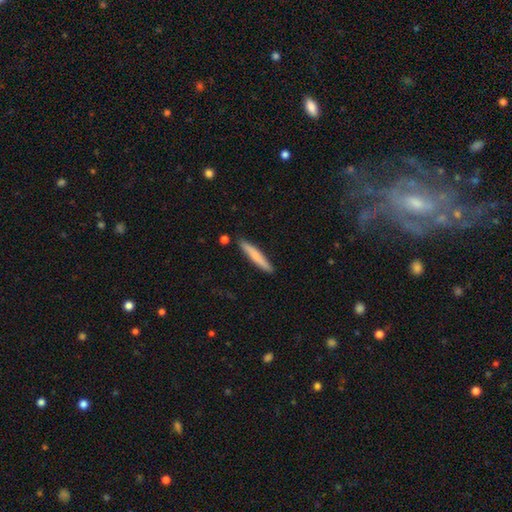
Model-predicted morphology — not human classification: Smooth or featured?
  - smooth: 72% *
  - featured or disk: 23%
  - star or artifact: 5%
How rounded?
  - cigar-shaped: 94% *
  - in between: 4%
  - round: 1%
Merging?
  - none: 87% *
  - minor disturbance: 9%
  - merger: 2%
  - major disturbance: 2%